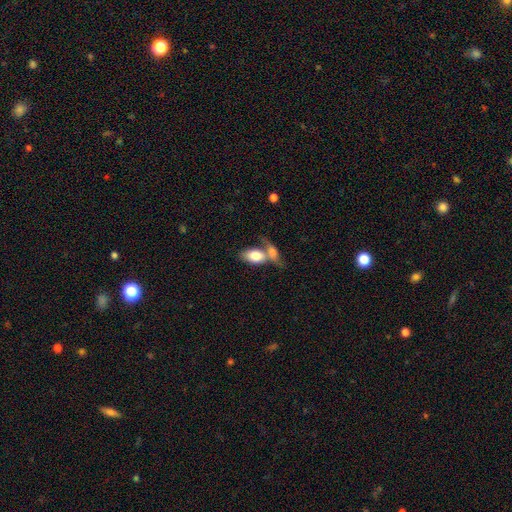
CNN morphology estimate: A smooth galaxy with no disk features (77%) that is in between round and cigar-shaped (89%).

Vote fractions:
- Smooth or featured? smooth: 77% / featured or disk: 17% / star or artifact: 6%
- How rounded? in between: 89% / round: 7% / cigar-shaped: 3%
- Merging? merger: 62% / none: 22% / minor disturbance: 9% / major disturbance: 8%